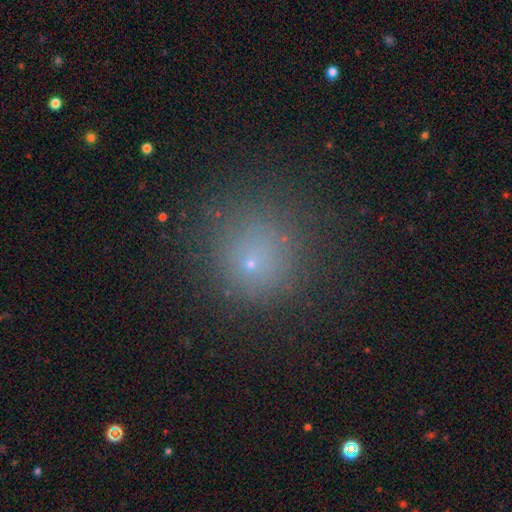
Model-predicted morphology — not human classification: smooth_or_featured: smooth (p=0.66) [alt: star or artifact p=0.26]
how_rounded: round (p=0.93) [alt: in between p=0.06]
merging: none (p=0.82) [alt: minor disturbance p=0.11]